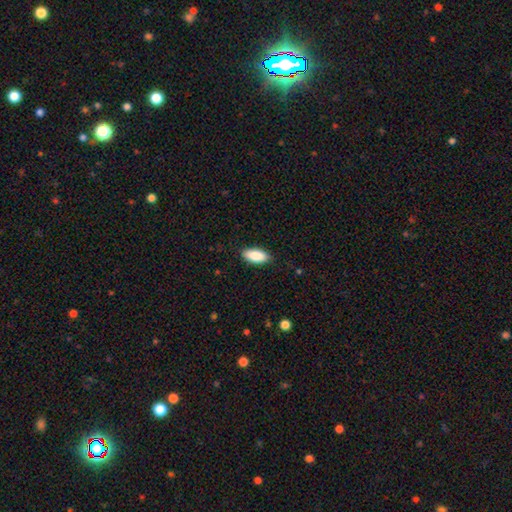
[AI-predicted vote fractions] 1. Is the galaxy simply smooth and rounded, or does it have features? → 88% smooth, 6% featured or disk, 6% star or artifact.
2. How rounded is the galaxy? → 86% in between, 12% cigar-shaped, 2% round.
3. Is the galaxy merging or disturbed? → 86% none, 11% minor disturbance, 2% major disturbance, 1% merger.